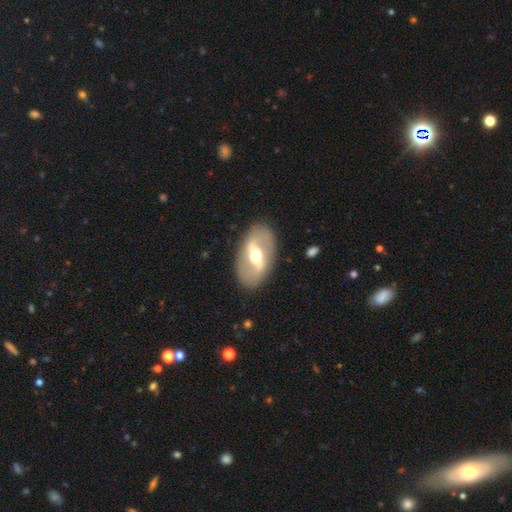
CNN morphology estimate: Smooth or featured? Predicted: featured or disk (p=0.74). Edge-on disk? Predicted: no (p=0.91). Bar? Predicted: strong (p=0.54). Spiral arms? Predicted: no (p=0.51). Bulge size? Predicted: moderate (p=0.72). Merging? Predicted: none (p=0.85).